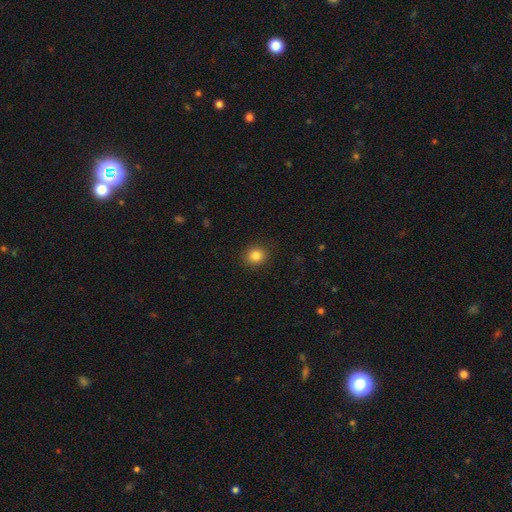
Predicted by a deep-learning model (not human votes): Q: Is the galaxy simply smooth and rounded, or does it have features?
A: smooth — 84%.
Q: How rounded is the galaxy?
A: round — 84%.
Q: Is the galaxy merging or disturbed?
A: none — 90%.